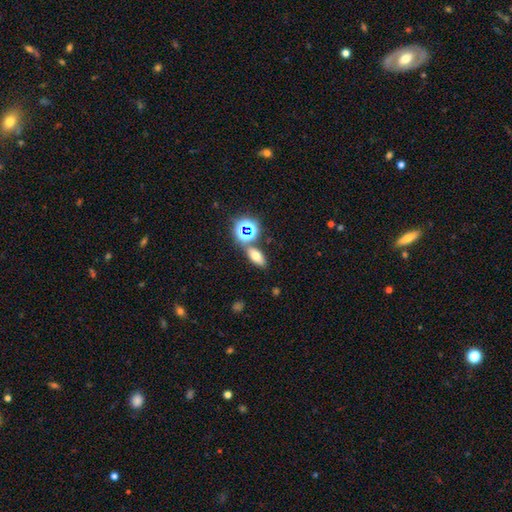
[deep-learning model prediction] Smooth or featured? smooth (61%)
How rounded? in between (77%)
Merging? none (76%)